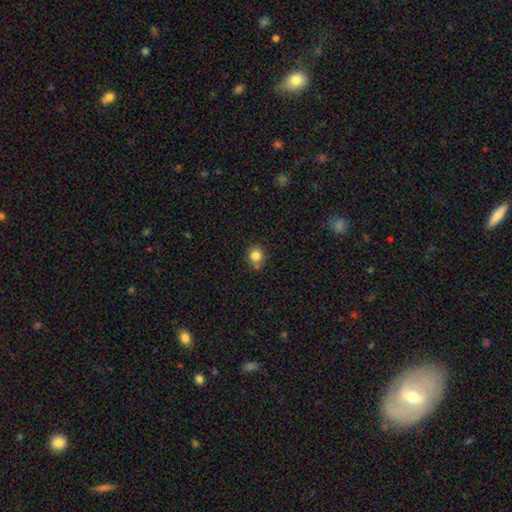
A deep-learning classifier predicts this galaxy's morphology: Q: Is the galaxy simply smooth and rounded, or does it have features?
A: smooth — 83%.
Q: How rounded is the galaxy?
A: round — 88%.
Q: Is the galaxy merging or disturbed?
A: none — 75%.